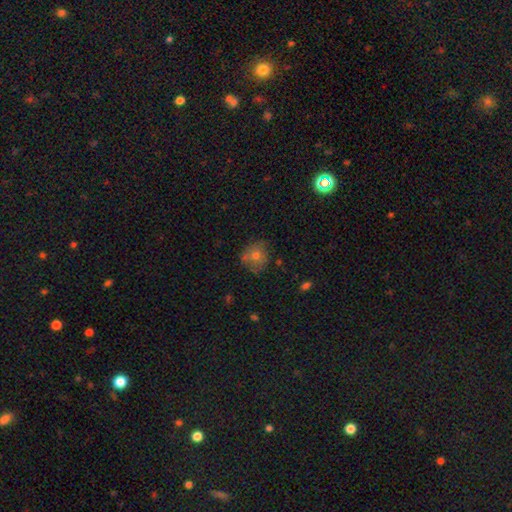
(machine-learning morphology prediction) smooth-or-featured: smooth: 66% | featured or disk: 20% | star or artifact: 14%
  how-rounded: round: 83% | in between: 16% | cigar-shaped: 1%
  merging: none: 69% | minor disturbance: 21% | major disturbance: 6% | merger: 4%